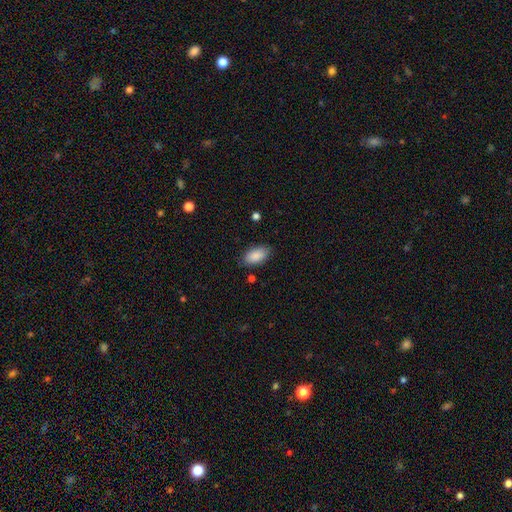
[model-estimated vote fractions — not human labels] Q: Smooth or featured?
A: smooth (88%); runner-up: star or artifact (6%)
Q: How rounded?
A: in between (94%); runner-up: cigar-shaped (3%)
Q: Merging?
A: none (83%); runner-up: minor disturbance (13%)